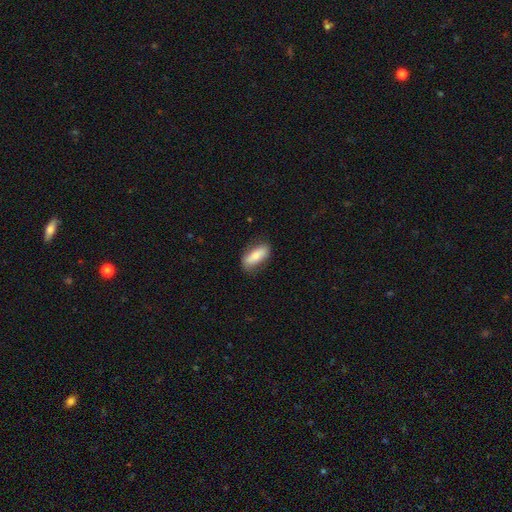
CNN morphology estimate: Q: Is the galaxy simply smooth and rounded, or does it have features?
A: smooth — 74%.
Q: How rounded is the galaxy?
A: in between — 75%.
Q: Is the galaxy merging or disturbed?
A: none — 79%.